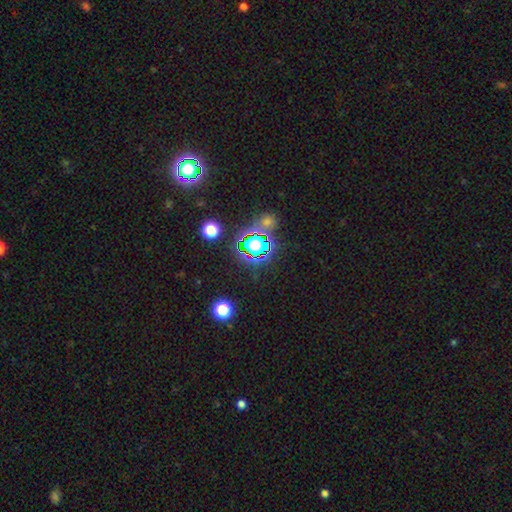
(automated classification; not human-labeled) A star or artifact, not a galaxy (79%).

Vote fractions:
- Smooth or featured? star or artifact: 79% / smooth: 13% / featured or disk: 8%